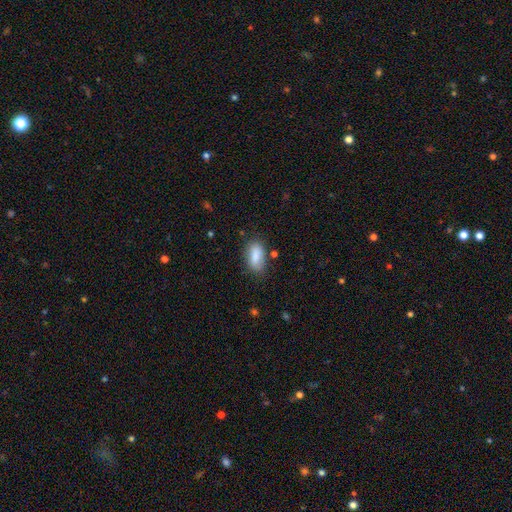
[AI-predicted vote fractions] Smooth or featured? Predicted: smooth (p=0.86). How rounded? Predicted: in between (p=0.89). Merging? Predicted: none (p=0.76).